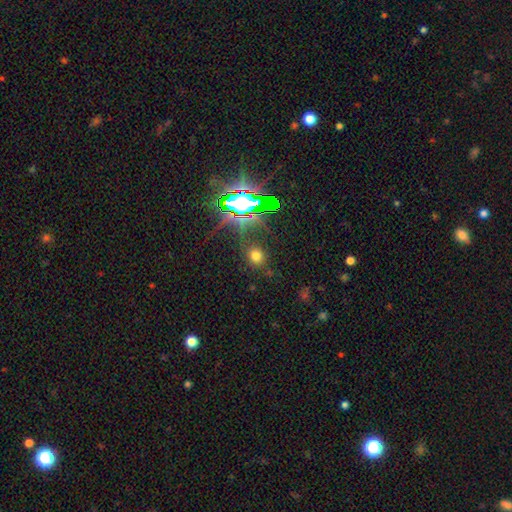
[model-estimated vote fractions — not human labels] A smooth galaxy with no disk features (63%) that is round (76%).

Vote fractions:
- Smooth or featured? smooth: 63% / star or artifact: 29% / featured or disk: 8%
- How rounded? round: 76% / in between: 22% / cigar-shaped: 1%
- Merging? none: 82% / minor disturbance: 10% / major disturbance: 5% / merger: 3%